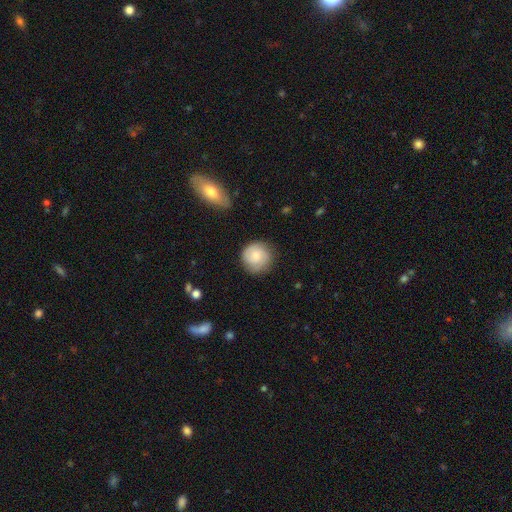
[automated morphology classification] This appears to be a smooth galaxy with no disk features (67%) that is round (92%). Merging: none (79%).